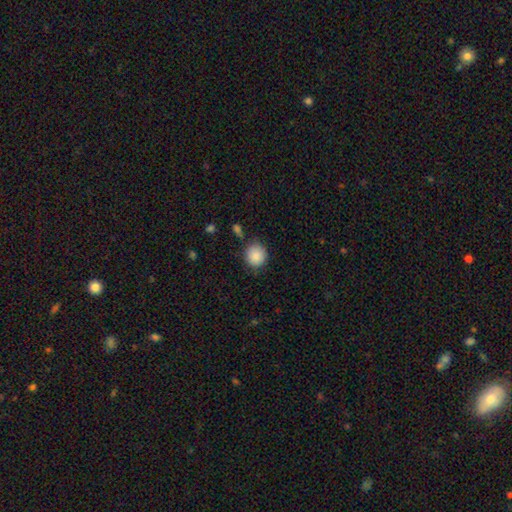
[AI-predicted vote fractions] Smooth or featured? Predicted: smooth (p=0.88). How rounded? Predicted: round (p=0.90). Merging? Predicted: none (p=0.79).